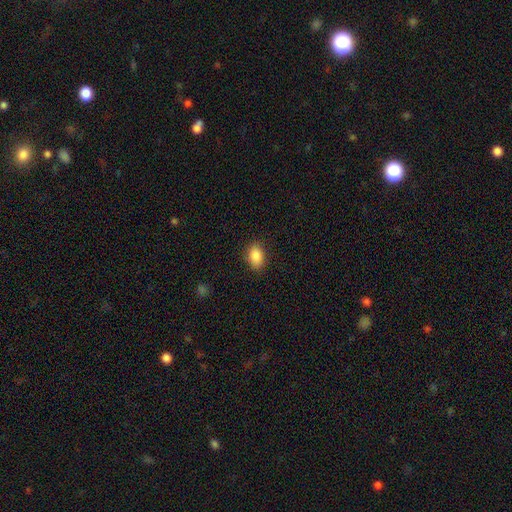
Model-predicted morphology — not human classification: A smooth galaxy with no disk features (88%) that is in between round and cigar-shaped (87%).

Vote fractions:
- Smooth or featured? smooth: 88% / star or artifact: 8% / featured or disk: 4%
- How rounded? in between: 87% / round: 12% / cigar-shaped: 2%
- Merging? none: 86% / minor disturbance: 10% / major disturbance: 3% / merger: 1%